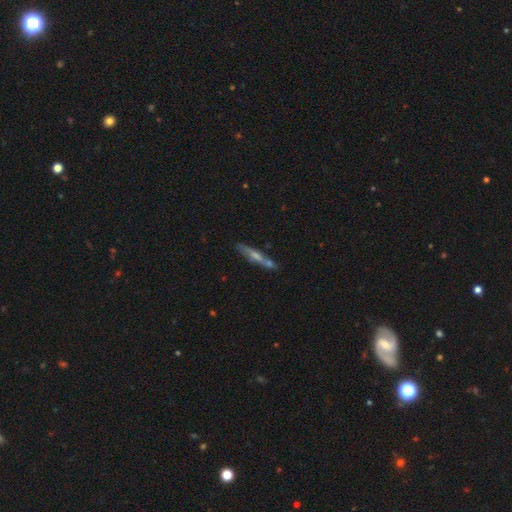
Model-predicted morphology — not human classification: Smooth or featured?
  - featured or disk: 57% *
  - smooth: 34%
  - star or artifact: 9%
Edge-on disk?
  - yes: 86% *
  - no: 14%
Merging?
  - none: 67% *
  - minor disturbance: 15%
  - merger: 14%
  - major disturbance: 4%